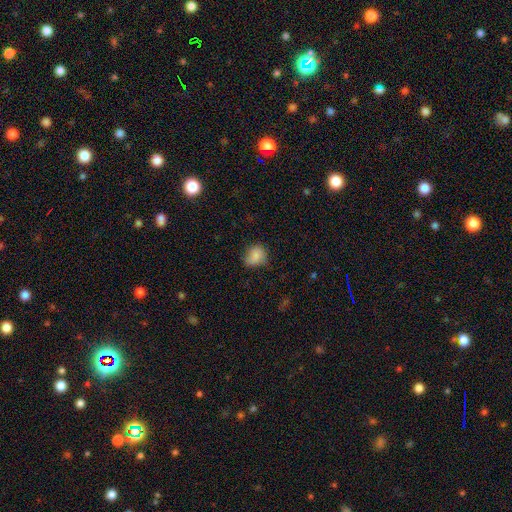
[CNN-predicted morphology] smooth_or_featured: smooth (p=0.84) [alt: star or artifact p=0.09]
how_rounded: round (p=0.57) [alt: in between p=0.42]
merging: none (p=0.61) [alt: minor disturbance p=0.30]